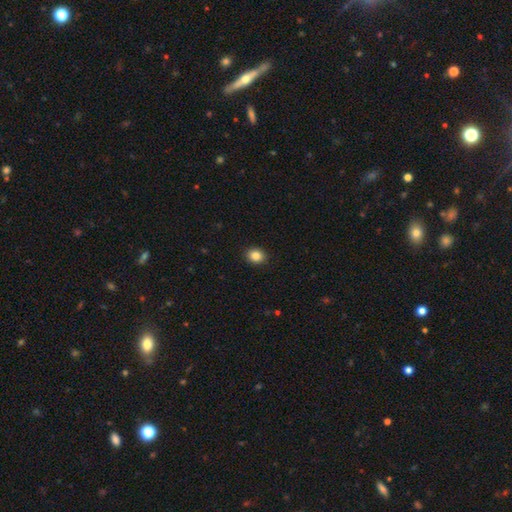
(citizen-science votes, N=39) smooth 90%, featured or disk 8%, star or artifact 3%. Down the decision tree: how rounded — round (63%); merging — none (92%).